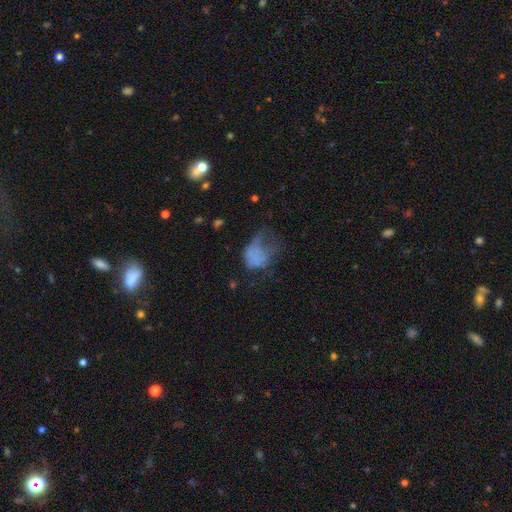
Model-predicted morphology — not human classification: Smooth or featured? Predicted: smooth (p=0.58). How rounded? Predicted: in between (p=0.68). Merging? Predicted: major disturbance (p=0.57).